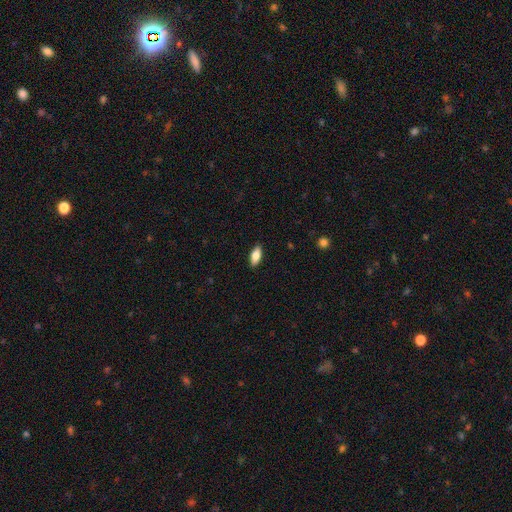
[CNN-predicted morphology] A smooth galaxy with no disk features (78%) that is in between round and cigar-shaped (83%). Merging: none (88%).